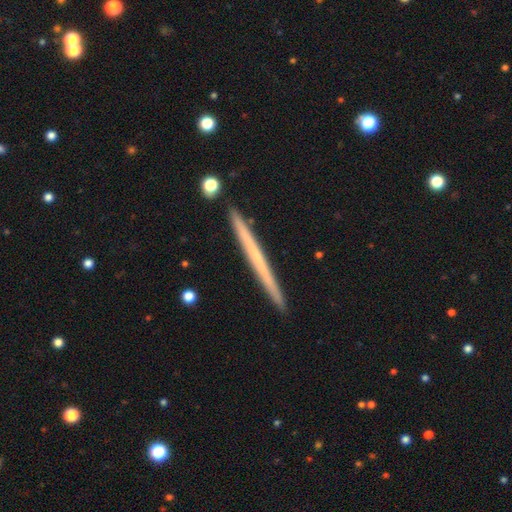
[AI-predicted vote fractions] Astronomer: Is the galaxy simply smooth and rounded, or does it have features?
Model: featured or disk — 52% (runner-up: smooth, 43%).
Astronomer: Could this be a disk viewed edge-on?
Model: yes — 98%.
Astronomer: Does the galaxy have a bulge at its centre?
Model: none — 91%.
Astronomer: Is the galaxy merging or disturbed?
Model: none — 92%.